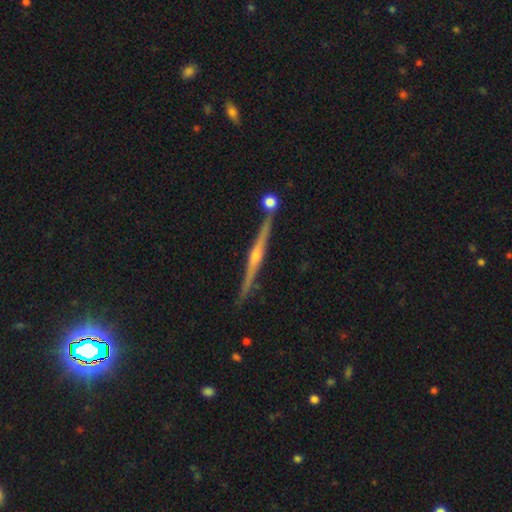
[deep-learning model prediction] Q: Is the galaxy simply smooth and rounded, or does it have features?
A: featured or disk — 84%.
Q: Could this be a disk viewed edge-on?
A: yes — 98%.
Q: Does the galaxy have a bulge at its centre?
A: rounded — 85%.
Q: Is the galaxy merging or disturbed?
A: none — 87%.